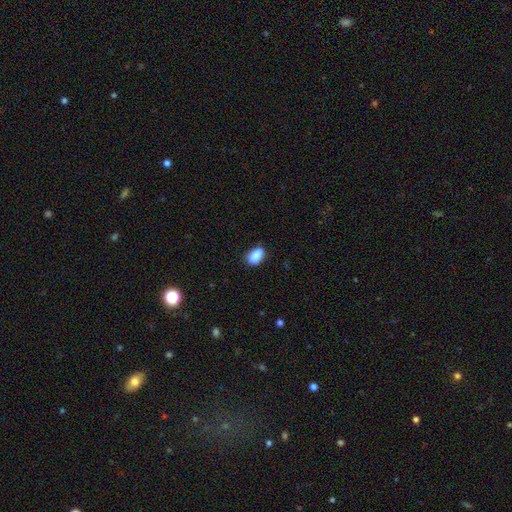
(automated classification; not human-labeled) This appears to be a smooth galaxy with no disk features (89%) that is in between round and cigar-shaped (90%). Merging: none (81%).